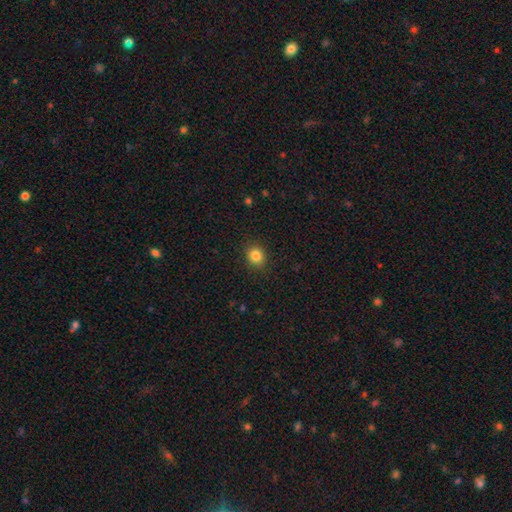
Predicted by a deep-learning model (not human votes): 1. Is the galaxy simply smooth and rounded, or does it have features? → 84% smooth, 11% star or artifact, 5% featured or disk.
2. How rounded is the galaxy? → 76% round, 23% in between, 1% cigar-shaped.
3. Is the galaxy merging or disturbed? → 89% none, 7% minor disturbance, 2% major disturbance, 1% merger.